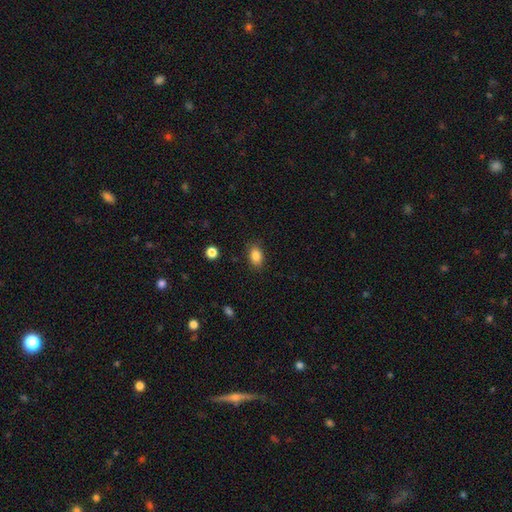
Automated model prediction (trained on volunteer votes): Smooth or featured? smooth (86%)
How rounded? in between (84%)
Merging? none (86%)